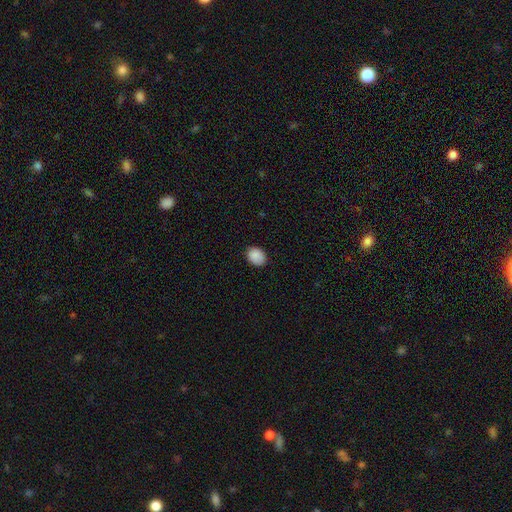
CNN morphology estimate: smooth_or_featured: smooth (p=0.88) [alt: star or artifact p=0.08]
how_rounded: in between (p=0.58) [alt: round p=0.41]
merging: none (p=0.81) [alt: minor disturbance p=0.15]